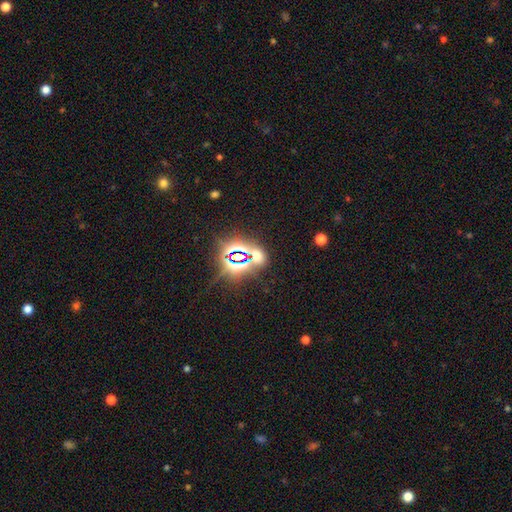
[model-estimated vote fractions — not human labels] smooth_or_featured: star or artifact (p=0.64) [alt: smooth p=0.27]